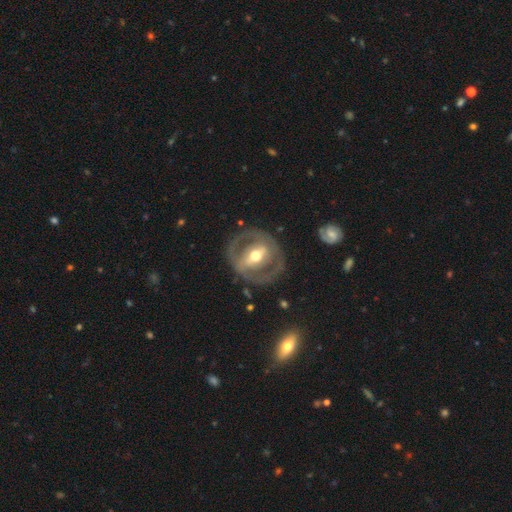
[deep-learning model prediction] smooth_or_featured: featured or disk (p=0.74) [alt: smooth p=0.22]
disk_edge_on: no (p=0.93) [alt: yes p=0.07]
bar: strong (p=0.50) [alt: weak p=0.29]
has_spiral_arms: no (p=0.63) [alt: yes p=0.37]
bulge_size: moderate (p=0.72) [alt: small p=0.13]
merging: none (p=0.76) [alt: minor disturbance p=0.13]